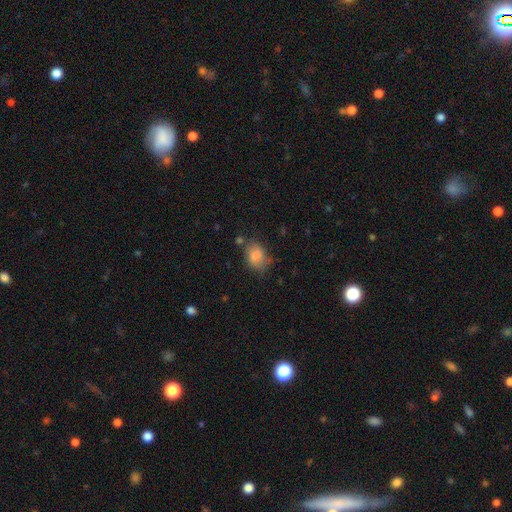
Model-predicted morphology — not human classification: Smooth or featured? smooth (82%)
How rounded? in between (61%)
Merging? none (54%)